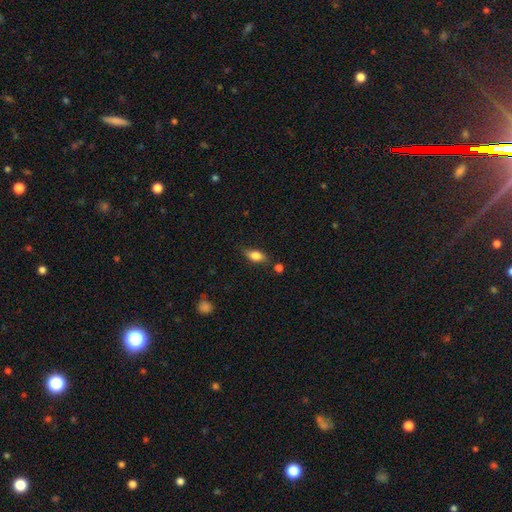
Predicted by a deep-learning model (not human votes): A smooth galaxy with no disk features (79%) that is in between round and cigar-shaped (83%).

Vote fractions:
- Smooth or featured? smooth: 79% / featured or disk: 13% / star or artifact: 8%
- How rounded? in between: 83% / cigar-shaped: 12% / round: 5%
- Merging? none: 76% / minor disturbance: 16% / merger: 4% / major disturbance: 3%